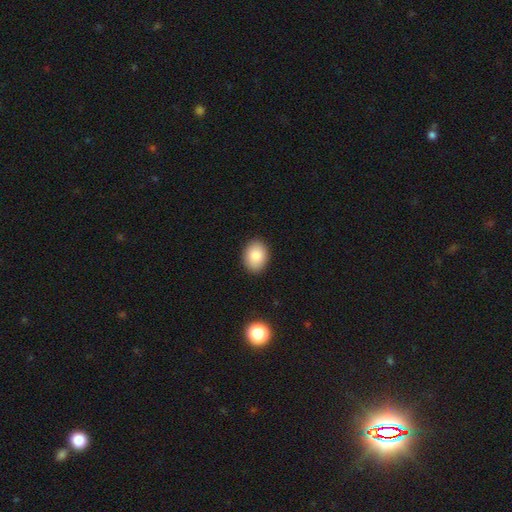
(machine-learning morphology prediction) type=smooth (86%); roundness=in between (67%); merging=none (89%).